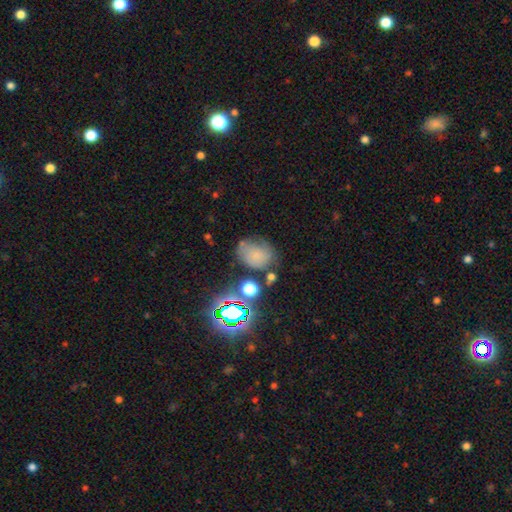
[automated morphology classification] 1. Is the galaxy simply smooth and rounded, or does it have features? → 56% smooth, 25% star or artifact, 19% featured or disk.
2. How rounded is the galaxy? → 57% in between, 42% round, 1% cigar-shaped.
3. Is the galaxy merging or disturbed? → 54% none, 25% minor disturbance, 11% merger, 11% major disturbance.